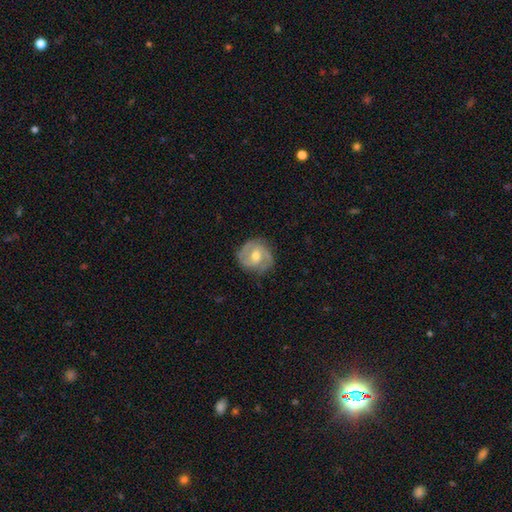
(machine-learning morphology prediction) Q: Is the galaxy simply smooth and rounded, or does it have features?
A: featured or disk — 73%.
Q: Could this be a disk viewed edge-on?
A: no — 97%.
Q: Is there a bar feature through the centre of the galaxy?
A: no — 49%.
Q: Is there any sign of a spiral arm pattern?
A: yes — 90%.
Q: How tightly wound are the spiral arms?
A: medium — 45%.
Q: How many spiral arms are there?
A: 2 — 65%.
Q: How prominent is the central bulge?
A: moderate — 72%.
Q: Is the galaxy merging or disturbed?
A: none — 75%.